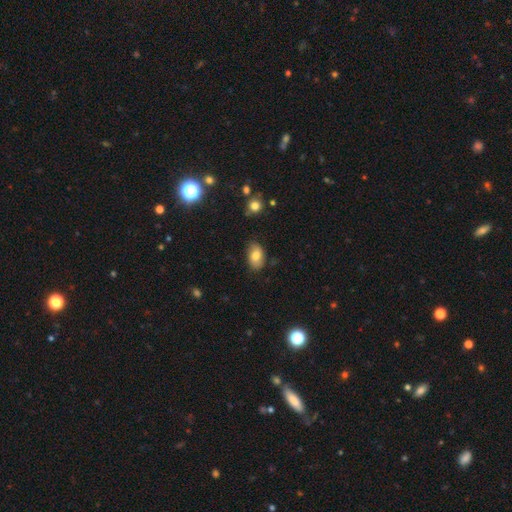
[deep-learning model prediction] Smooth or featured? Predicted: smooth (p=0.78). How rounded? Predicted: in between (p=0.90). Merging? Predicted: none (p=0.80).